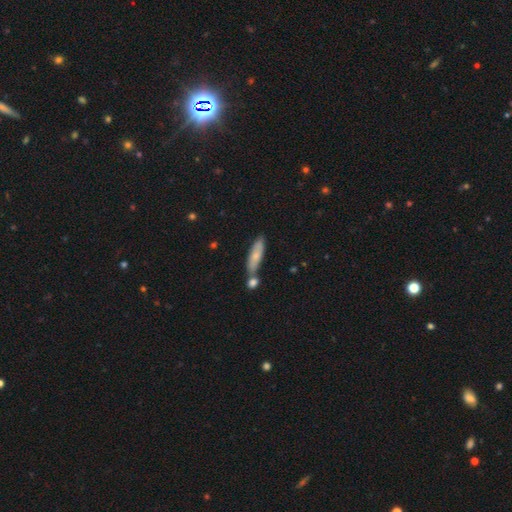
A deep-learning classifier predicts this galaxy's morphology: type=smooth (66%); roundness=cigar-shaped (67%); merging=none (58%).